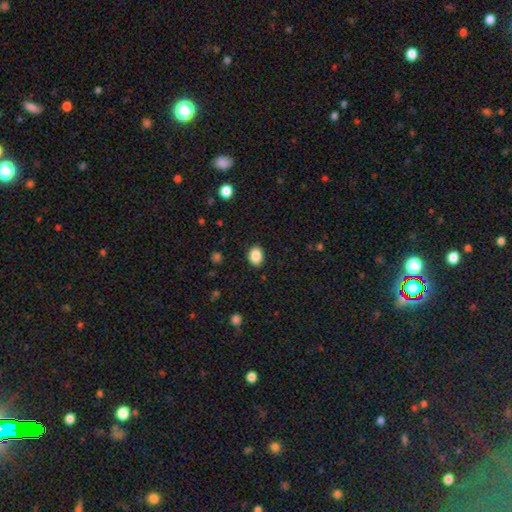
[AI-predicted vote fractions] Smooth or featured: smooth — 88% (star or artifact — 9%)
How rounded: in between — 66% (round — 33%)
Merging: none — 89% (minor disturbance — 8%)